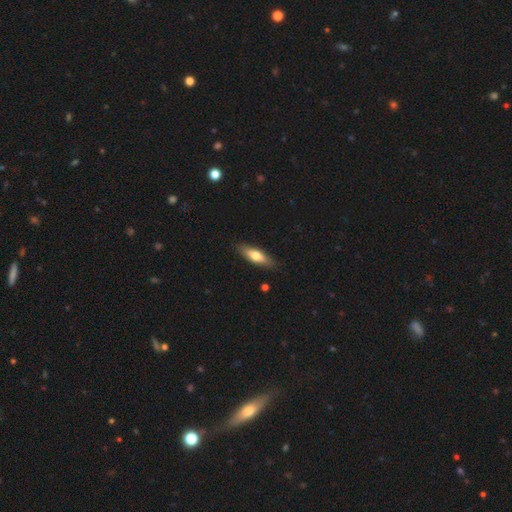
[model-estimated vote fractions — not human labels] Q: Smooth or featured?
A: smooth (64%); runner-up: featured or disk (30%)
Q: How rounded?
A: cigar-shaped (49%); tied with: in between (49%)
Q: Merging?
A: none (86%); runner-up: minor disturbance (11%)